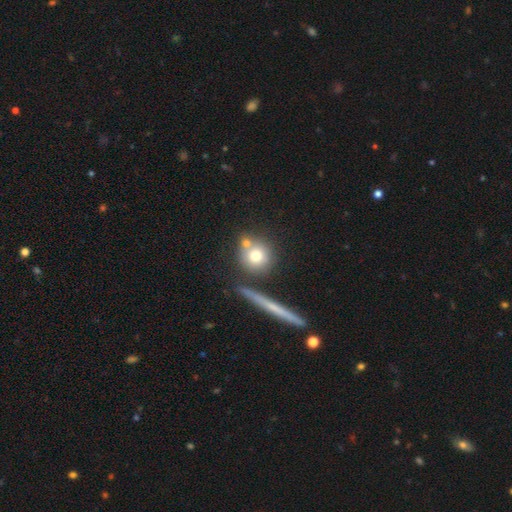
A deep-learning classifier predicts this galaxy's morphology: Overall: smooth (74%). How rounded: round (89%). Merging: none (67%).